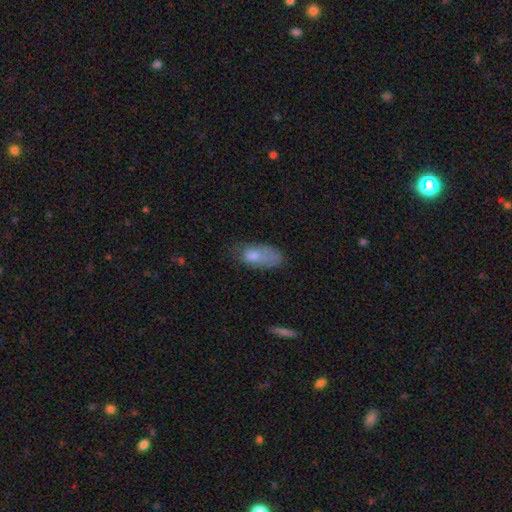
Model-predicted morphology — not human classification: type=smooth (72%); roundness=in between (88%); merging=none (40%).